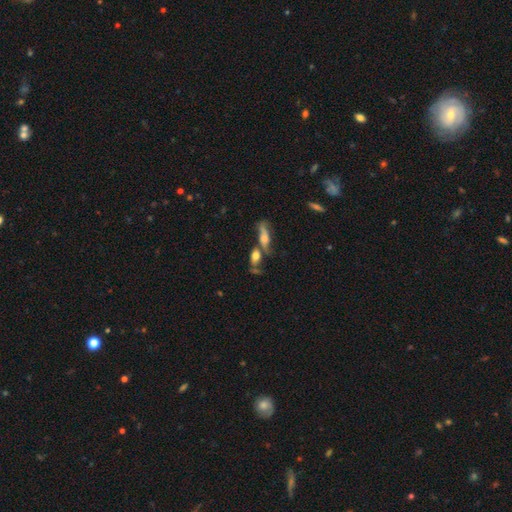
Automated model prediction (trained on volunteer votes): smooth_or_featured: smooth (p=0.55) [alt: featured or disk p=0.31]
how_rounded: in between (p=0.65) [alt: cigar-shaped p=0.18]
merging: merger (p=0.46) [alt: none p=0.31]